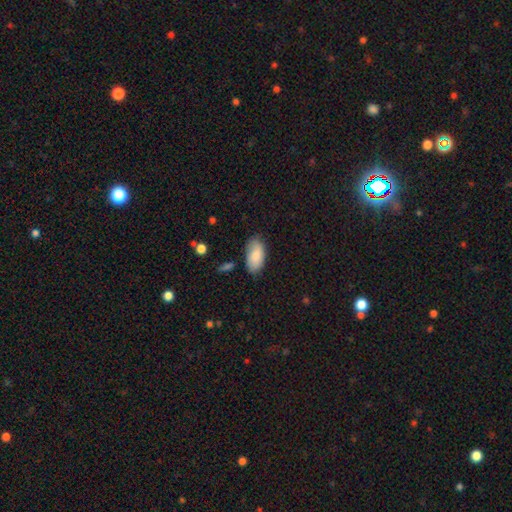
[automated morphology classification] Q: Smooth or featured?
A: smooth (83%); runner-up: featured or disk (11%)
Q: How rounded?
A: in between (94%); runner-up: cigar-shaped (3%)
Q: Merging?
A: none (73%); runner-up: minor disturbance (21%)